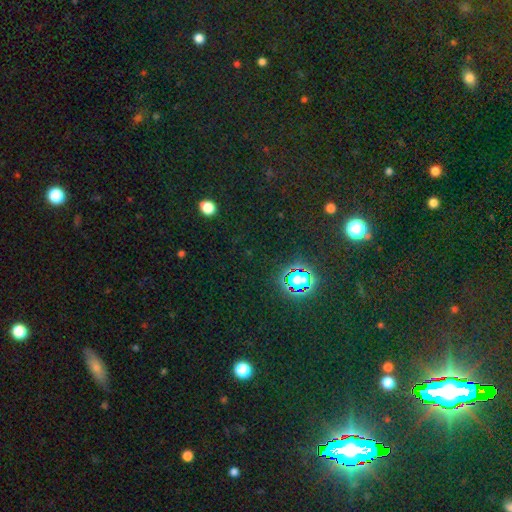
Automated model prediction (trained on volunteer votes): Overall: star or artifact (77%).